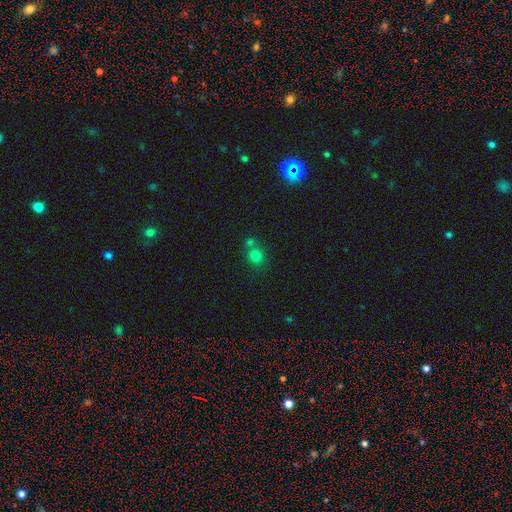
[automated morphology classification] smooth 77%, star or artifact 16%, featured or disk 8%. Down the decision tree: how rounded — round (78%); merging — none (54%).